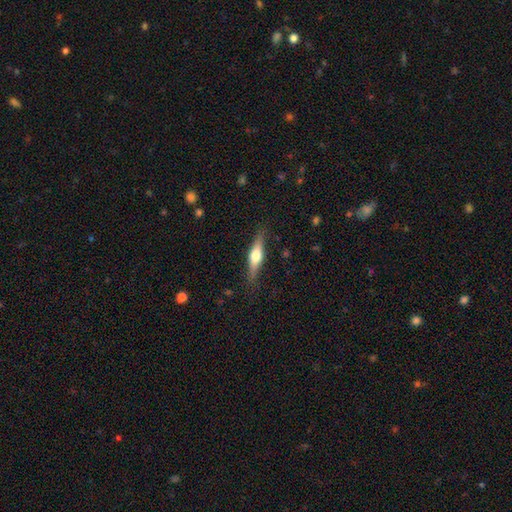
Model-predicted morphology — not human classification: This is possibly a featured or disk galaxy (51%). It is clearly viewed edge-on (93%). Merging: clearly none (84%).